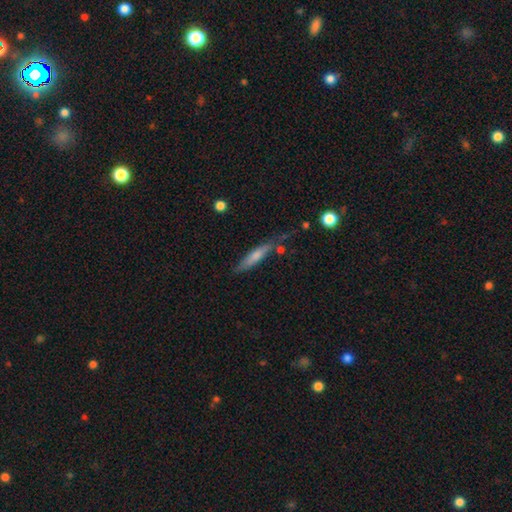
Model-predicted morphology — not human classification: The model was most divided on "smooth or featured": smooth: 64%, featured or disk: 29%, star or artifact: 6%. More confident: how rounded — cigar-shaped (83%); merging — none (60%).